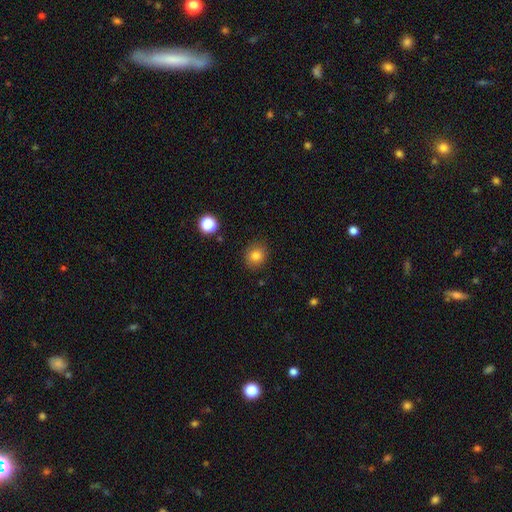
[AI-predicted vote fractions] The model was most divided on "how rounded": round: 77%, in between: 23%, cigar-shaped: 1%. More confident: merging — none (87%); smooth or featured — smooth (81%).